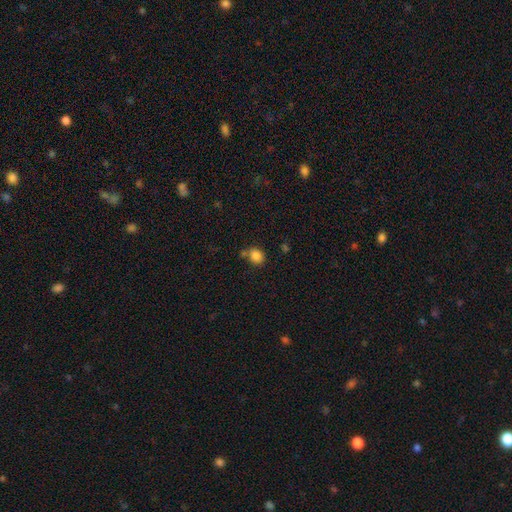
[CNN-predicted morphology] smooth-or-featured: smooth: 85% | star or artifact: 11% | featured or disk: 5%
  how-rounded: round: 58% | in between: 41% | cigar-shaped: 1%
  merging: none: 63% | merger: 17% | minor disturbance: 15% | major disturbance: 5%